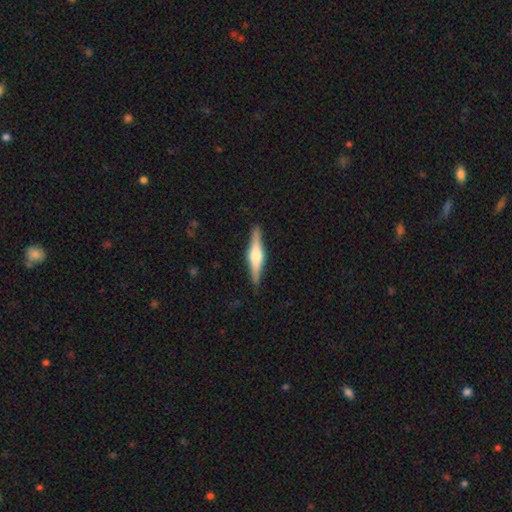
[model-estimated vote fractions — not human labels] A featured or disk galaxy (72%) viewed edge-on (98%) with a rounded central bulge (89%).

Vote fractions:
- Smooth or featured? featured or disk: 72% / smooth: 22% / star or artifact: 5%
- Edge-on disk? yes: 98% / no: 2%
- Edge-on bulge? rounded: 89% / boxy: 9% / none: 2%
- Merging? none: 90% / minor disturbance: 7% / major disturbance: 1% / merger: 1%